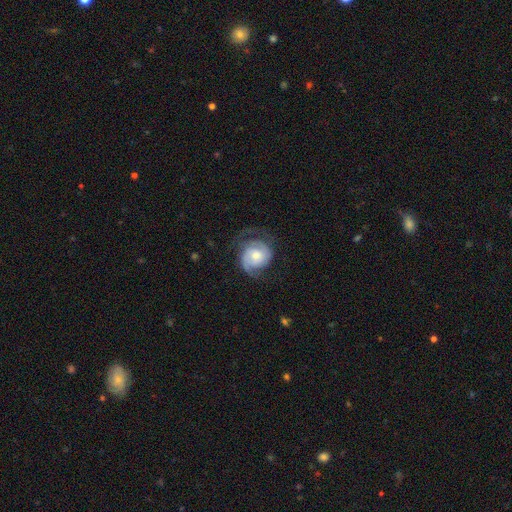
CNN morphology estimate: Smooth or featured: featured or disk — 75% (smooth — 19%)
Edge-on disk: no — 98% (yes — 2%)
Bar: no — 70% (weak — 25%)
Spiral arms: yes — 93% (no — 7%)
Spiral winding: medium — 40% (tight — 39%)
Spiral arm count: 2 — 77% (can't tell — 9%)
Bulge size: moderate — 50% (small — 38%)
Merging: none — 63% (minor disturbance — 19%)